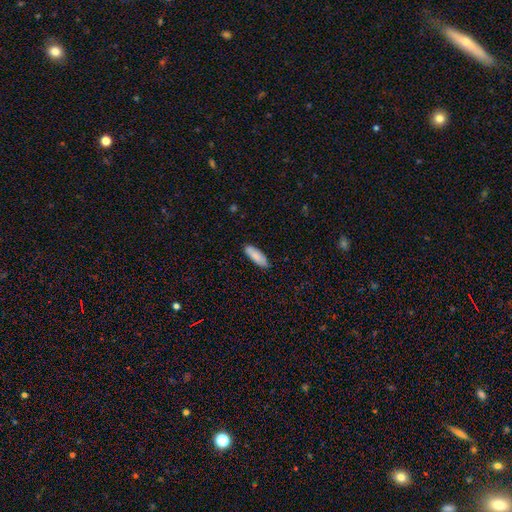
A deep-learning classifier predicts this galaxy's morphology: A smooth galaxy with no disk features (84%) that is in between round and cigar-shaped (63%).

Vote fractions:
- Smooth or featured? smooth: 84% / featured or disk: 10% / star or artifact: 5%
- How rounded? in between: 63% / cigar-shaped: 36% / round: 2%
- Merging? none: 86% / minor disturbance: 11% / major disturbance: 2% / merger: 1%